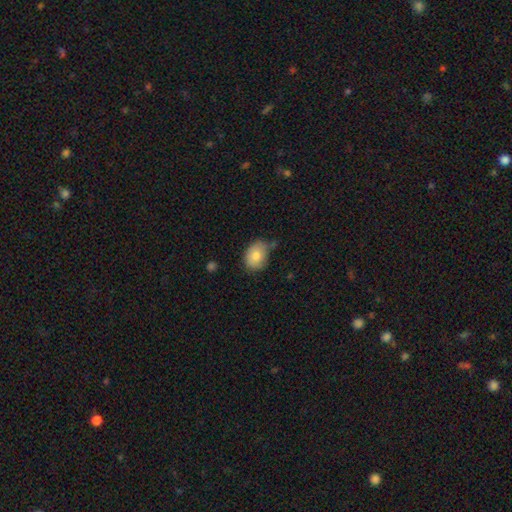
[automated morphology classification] Smooth or featured? smooth (80%)
How rounded? in between (63%)
Merging? none (59%)